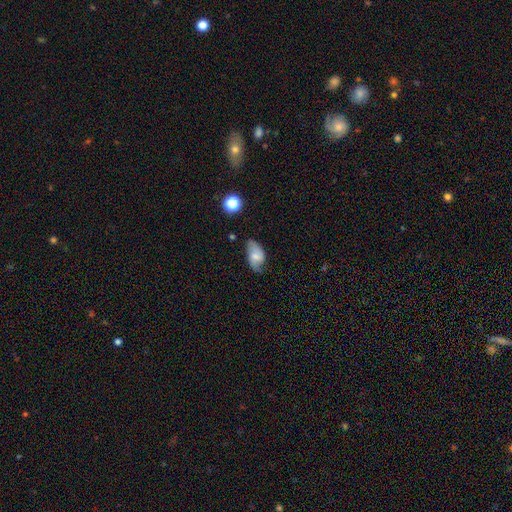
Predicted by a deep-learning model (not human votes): smooth 51%, featured or disk 40%, star or artifact 9%. Down the decision tree: how rounded — in between (91%); merging — none (56%).